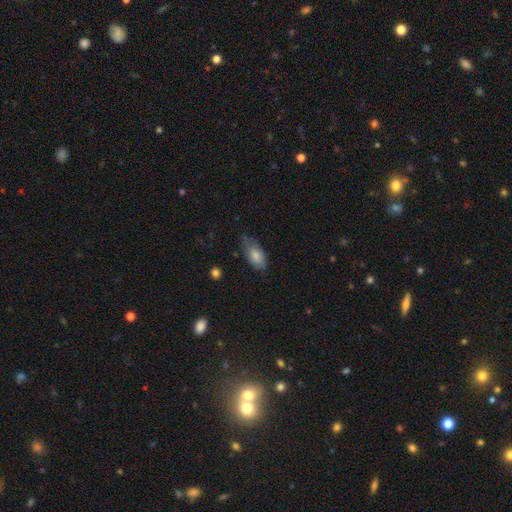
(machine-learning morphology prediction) Smooth or featured?
  - smooth: 80% *
  - featured or disk: 13%
  - star or artifact: 6%
How rounded?
  - in between: 89% *
  - cigar-shaped: 9%
  - round: 3%
Merging?
  - none: 55% *
  - minor disturbance: 34%
  - major disturbance: 9%
  - merger: 2%